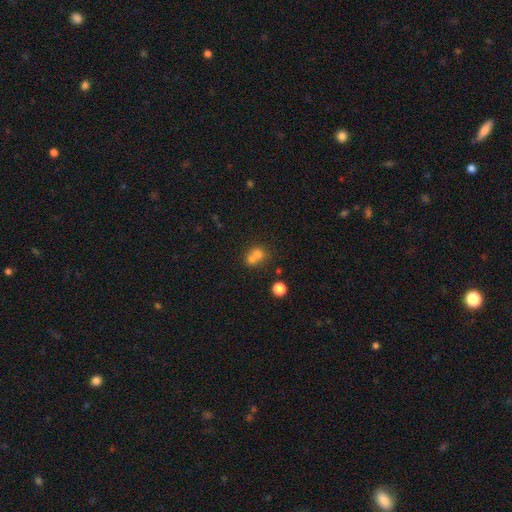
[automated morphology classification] Smooth or featured? Predicted: smooth (p=0.69). How rounded? Predicted: round (p=0.75). Merging? Predicted: merger (p=0.60).